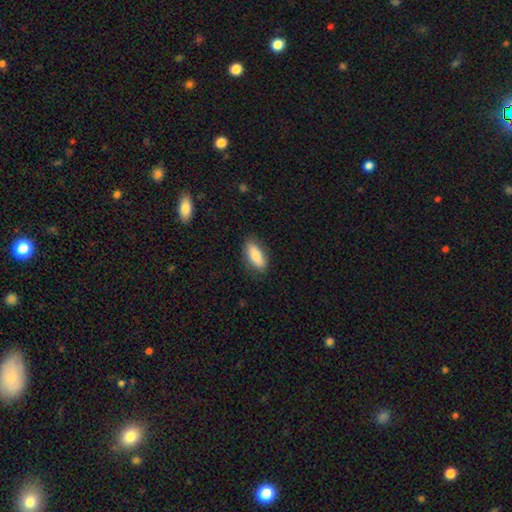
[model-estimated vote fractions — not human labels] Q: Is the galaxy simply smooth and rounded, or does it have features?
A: smooth — 76%.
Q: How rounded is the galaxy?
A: in between — 80%.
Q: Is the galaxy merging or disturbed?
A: none — 84%.